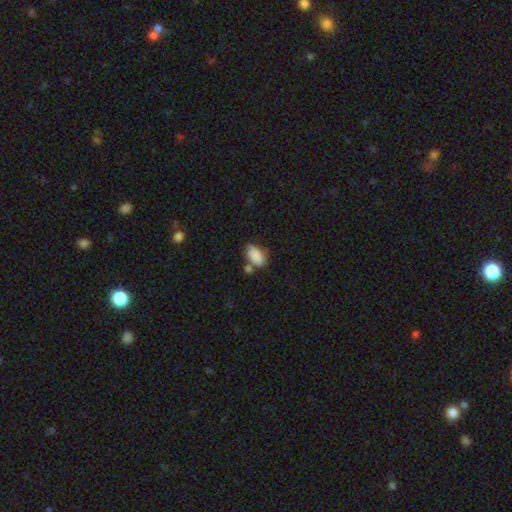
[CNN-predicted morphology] smooth_or_featured: smooth (p=0.87) [alt: star or artifact p=0.07]
how_rounded: in between (p=0.93) [alt: round p=0.04]
merging: none (p=0.58) [alt: merger p=0.19]